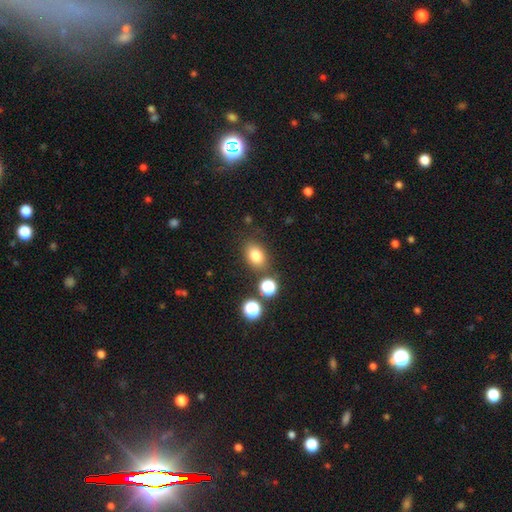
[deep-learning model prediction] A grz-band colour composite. It shows a smooth galaxy with no disk features (80%) that is in between round and cigar-shaped (70%). Merging: none (77%).